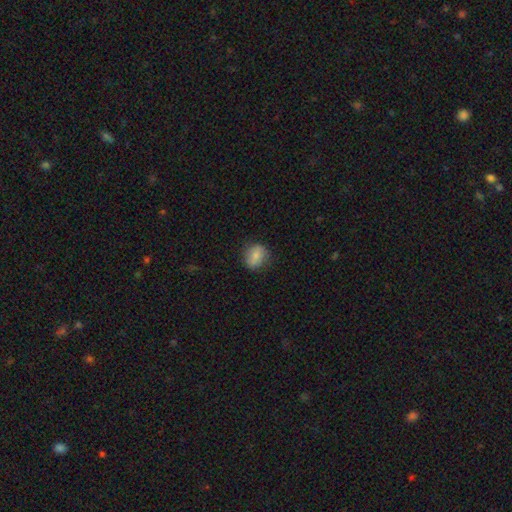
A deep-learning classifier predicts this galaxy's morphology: A smooth galaxy with no disk features (79%) that is round (61%). Merging: none (79%).